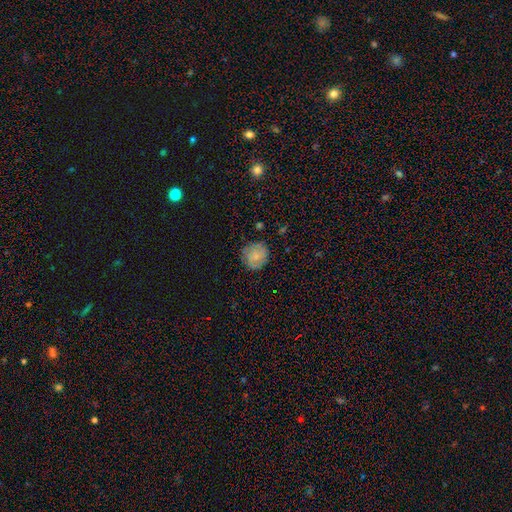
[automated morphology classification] Overall: smooth (67%). How rounded: round (86%). Merging: none (81%).